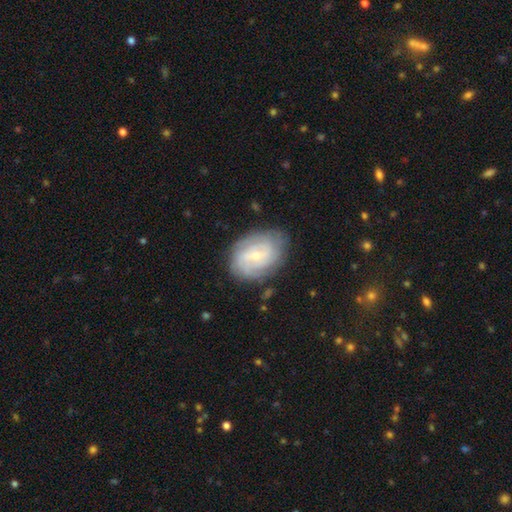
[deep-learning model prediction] Morphology: type=featured or disk (73%); edge-on=no (97%); bar=no (53%); spiral arms=yes (89%); winding=tight (66%); arm count=can't tell (45%); bulge=small (72%); merging=none (77%).